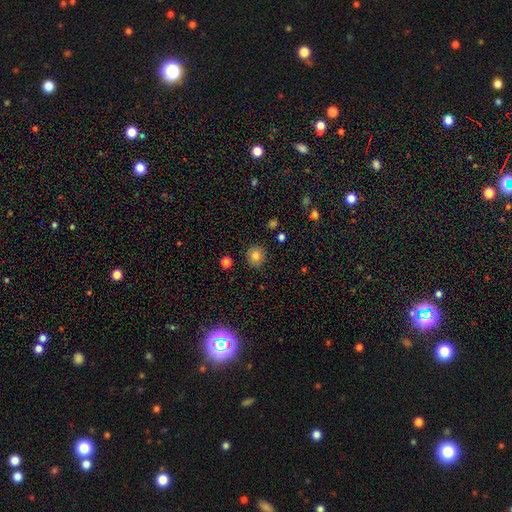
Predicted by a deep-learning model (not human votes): Overall: smooth (81%). How rounded: round (89%). Merging: none (90%).